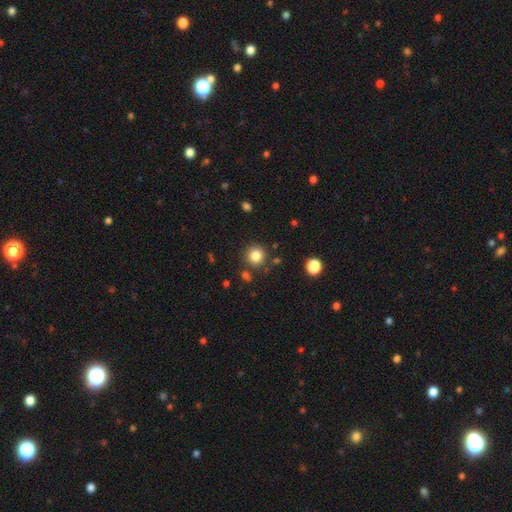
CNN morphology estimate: smooth-or-featured: smooth: 83% | star or artifact: 11% | featured or disk: 5%
  how-rounded: round: 92% | in between: 8% | cigar-shaped: 1%
  merging: none: 84% | minor disturbance: 8% | merger: 5% | major disturbance: 3%